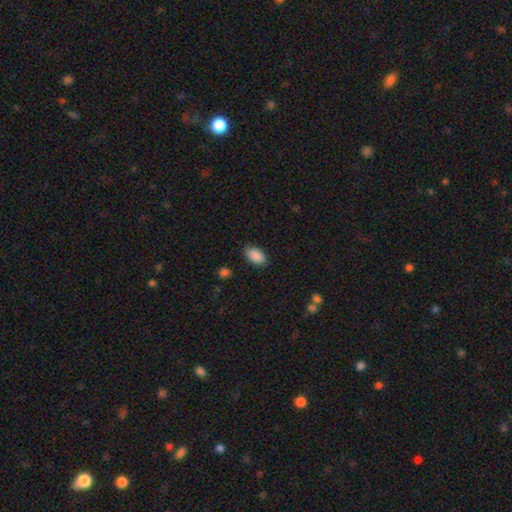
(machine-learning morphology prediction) smooth-or-featured: smooth: 90% | star or artifact: 7% | featured or disk: 3%
  how-rounded: in between: 93% | round: 5% | cigar-shaped: 2%
  merging: none: 86% | minor disturbance: 10% | major disturbance: 3% | merger: 1%